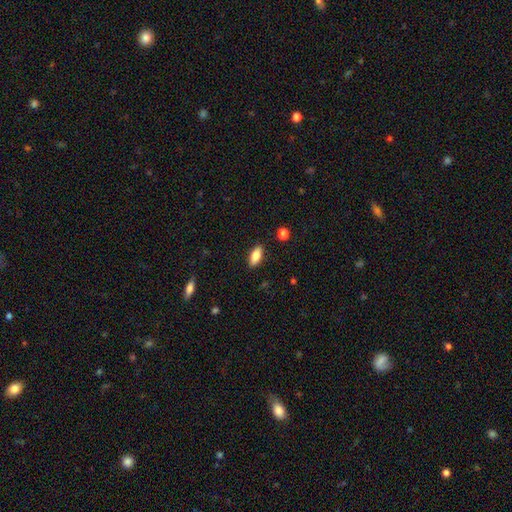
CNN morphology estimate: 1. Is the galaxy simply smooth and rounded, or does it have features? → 81% smooth, 12% featured or disk, 7% star or artifact.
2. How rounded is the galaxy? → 84% in between, 13% cigar-shaped, 3% round.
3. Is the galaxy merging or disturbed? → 88% none, 9% minor disturbance, 2% major disturbance, 1% merger.